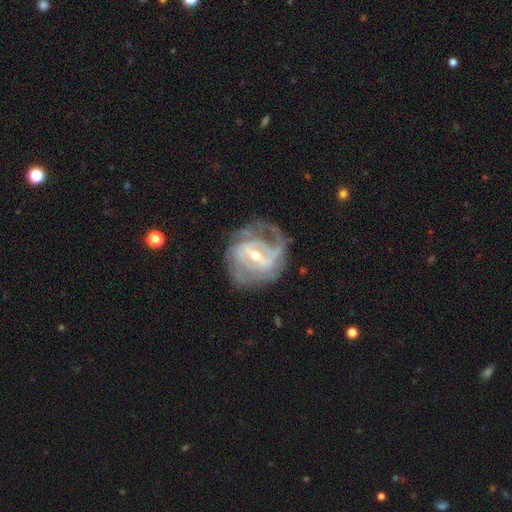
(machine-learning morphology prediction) Smooth or featured? featured or disk (88%)
Edge-on disk? no (97%)
Bar? strong (46%)
Spiral arms? yes (91%)
Spiral winding? tight (49%)
Spiral arm count? 2 (43%)
Bulge size? small (49%)
Merging? none (60%)